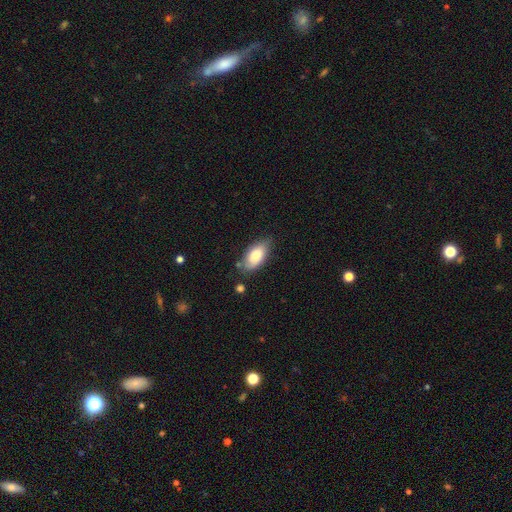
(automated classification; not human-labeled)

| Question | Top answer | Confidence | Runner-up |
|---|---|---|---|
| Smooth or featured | smooth | 80% | featured or disk (13%) |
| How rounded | in between | 90% | cigar-shaped (7%) |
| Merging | none | 68% | minor disturbance (24%) |